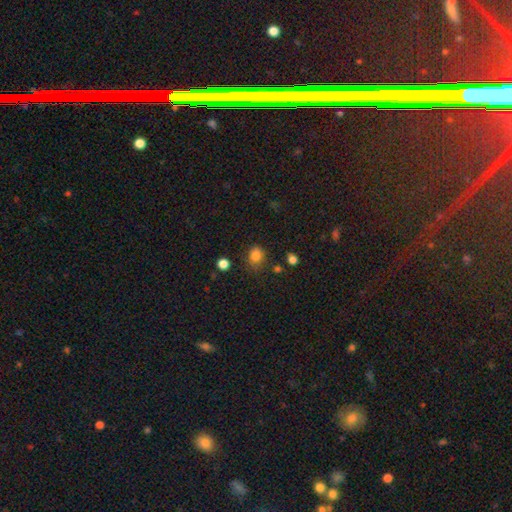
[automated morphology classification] This appears to be a smooth galaxy with no disk features (82%) that is round (57%). Merging: none (71%).